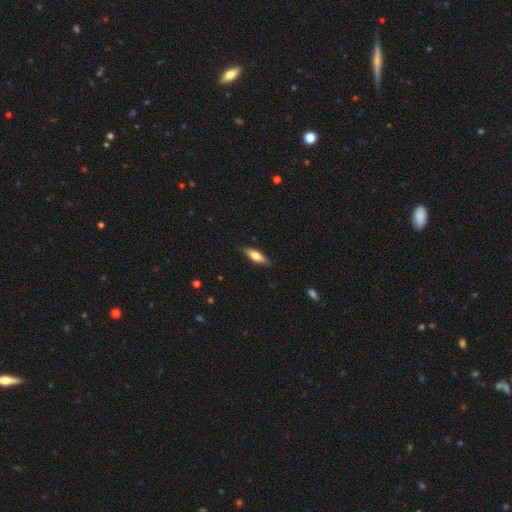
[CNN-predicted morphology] The model was most divided on "how rounded": cigar-shaped: 50%, in between: 48%, round: 2%. More confident: merging — none (86%); smooth or featured — smooth (61%).